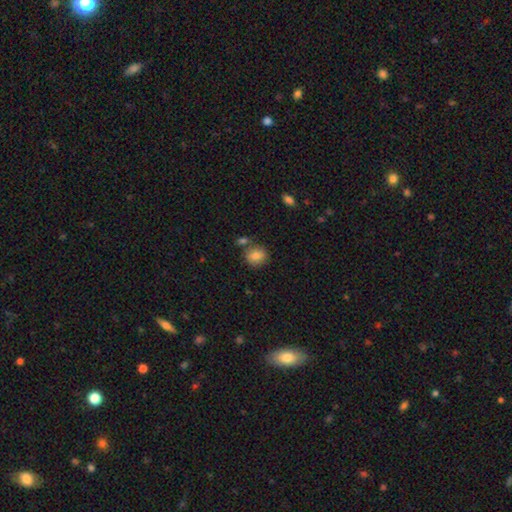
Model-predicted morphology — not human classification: This is clearly a smooth galaxy (81%). How rounded: likely round (76%). Merging: likely none (71%).